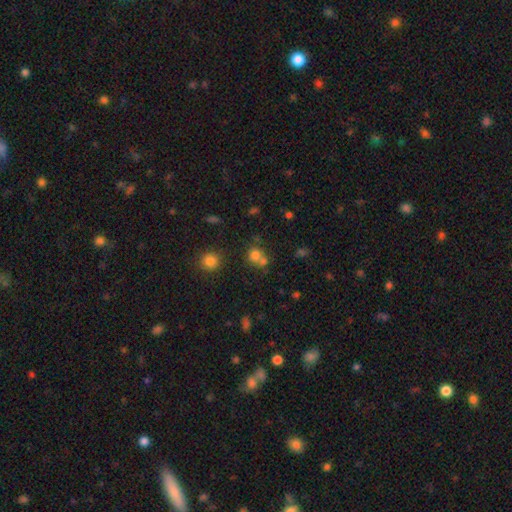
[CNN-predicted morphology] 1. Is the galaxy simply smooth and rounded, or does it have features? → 73% smooth, 16% star or artifact, 11% featured or disk.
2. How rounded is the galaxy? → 81% round, 18% in between, 1% cigar-shaped.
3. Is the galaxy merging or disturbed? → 45% none, 43% merger, 8% minor disturbance, 4% major disturbance.